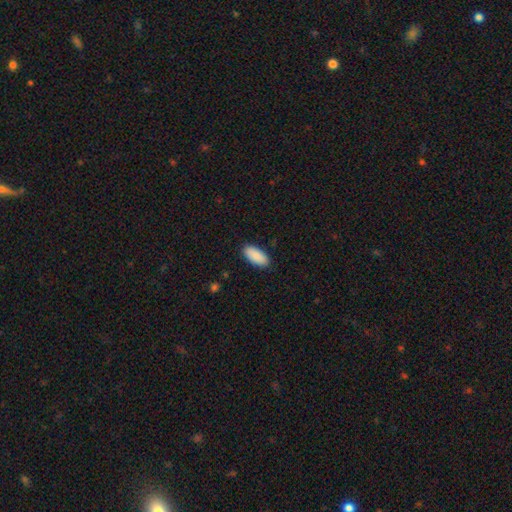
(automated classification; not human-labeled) This appears to be a smooth galaxy with no disk features (90%) that is in between round and cigar-shaped (90%). Merging: none (89%).